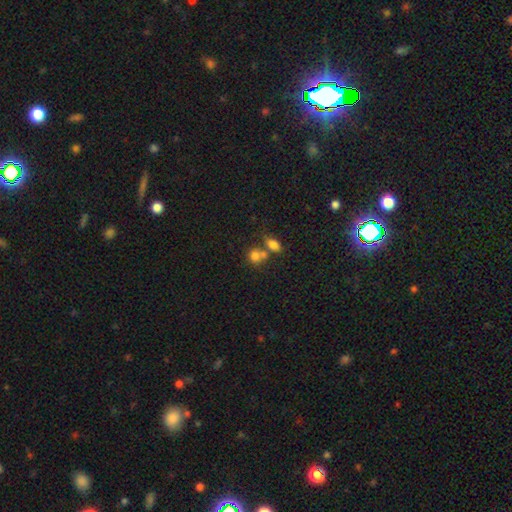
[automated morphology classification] The model was most divided on "merging": merger: 46%, none: 40%, minor disturbance: 10%, major disturbance: 5%. More confident: smooth or featured — smooth (78%); how rounded — round (68%).